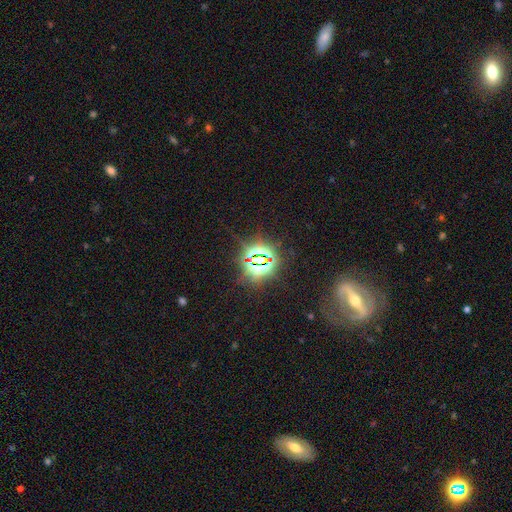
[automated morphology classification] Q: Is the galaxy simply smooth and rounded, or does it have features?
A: star or artifact — 83%.